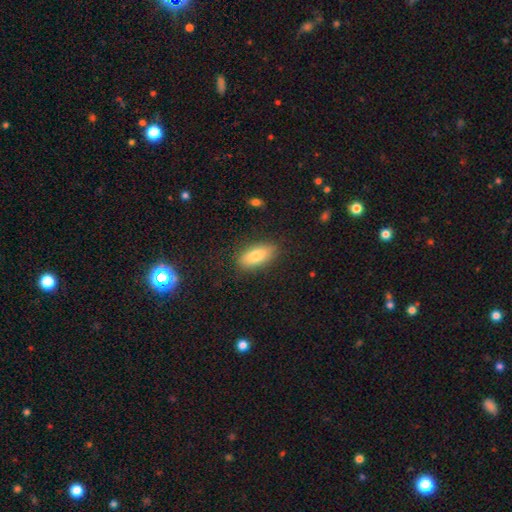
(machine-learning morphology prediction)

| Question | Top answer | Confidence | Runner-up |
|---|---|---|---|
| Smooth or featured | smooth | 80% | featured or disk (13%) |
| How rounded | in between | 85% | cigar-shaped (12%) |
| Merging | none | 84% | minor disturbance (11%) |